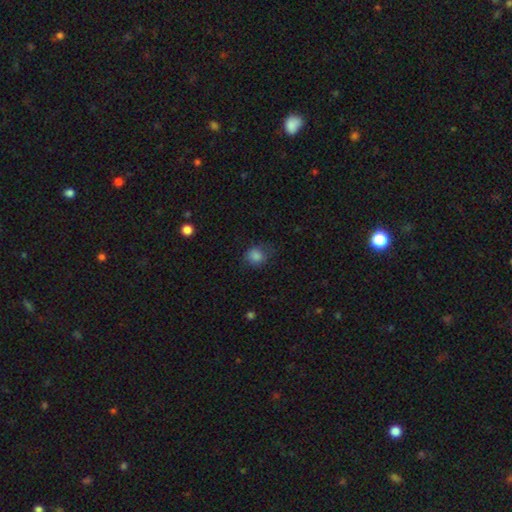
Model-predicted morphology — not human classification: This appears to be a smooth galaxy with no disk features (83%) that is round (68%). Merging: none (66%).